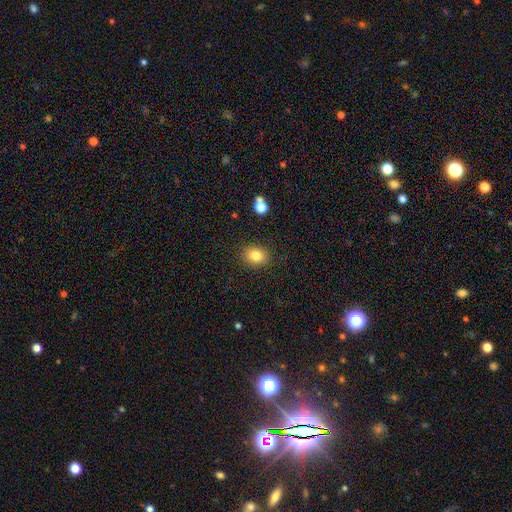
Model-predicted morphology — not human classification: smooth 82%, star or artifact 10%, featured or disk 7%. Down the decision tree: how rounded — in between (52%); merging — none (87%).